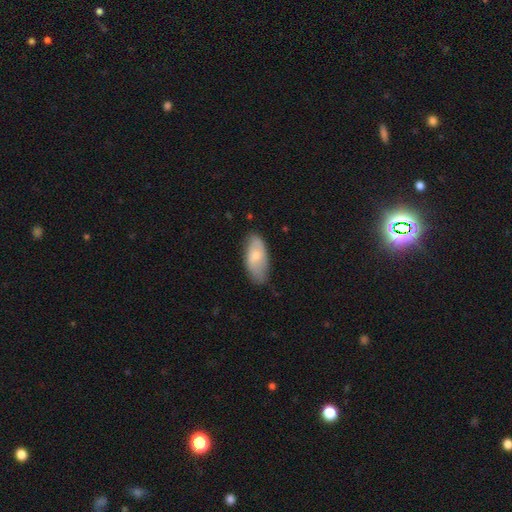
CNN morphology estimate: Smooth or featured?
  - smooth: 63% *
  - featured or disk: 31%
  - star or artifact: 6%
How rounded?
  - in between: 91% *
  - cigar-shaped: 6%
  - round: 3%
Merging?
  - none: 70% *
  - minor disturbance: 24%
  - major disturbance: 4%
  - merger: 1%